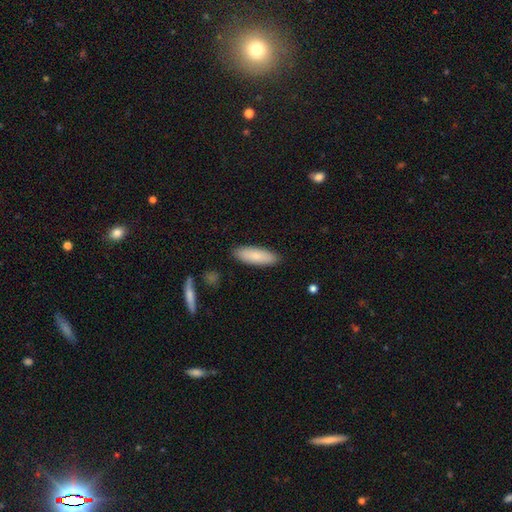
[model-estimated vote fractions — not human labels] Overall: smooth (82%). How rounded: in between (59%; cigar-shaped 39%). Merging: none (88%).